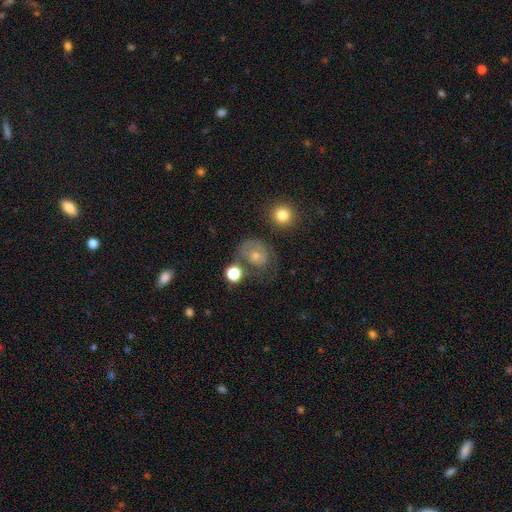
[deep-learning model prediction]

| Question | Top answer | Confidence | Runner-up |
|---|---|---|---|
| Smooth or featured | smooth | 44% | featured or disk (41%) |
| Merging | none | 50% | minor disturbance (23%) |